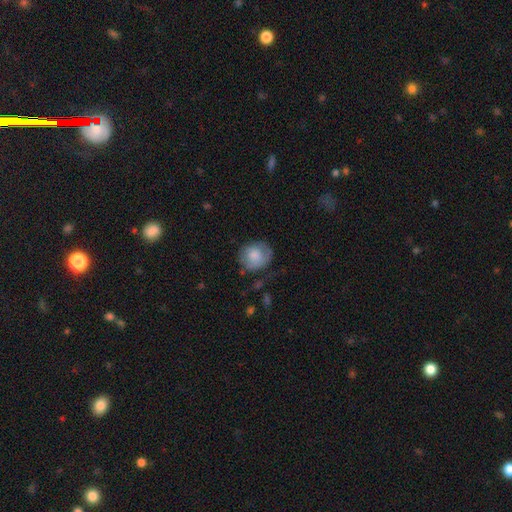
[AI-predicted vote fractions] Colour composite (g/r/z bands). It shows a smooth galaxy with no disk features (73%) that is round (77%). Merging: none (61%).